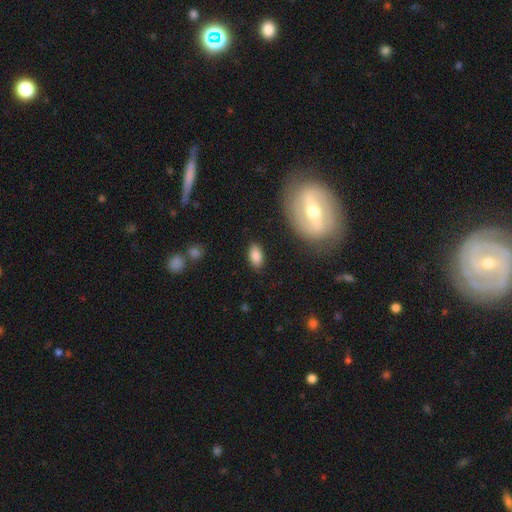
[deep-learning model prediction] This appears to be a smooth galaxy with no disk features (84%) that is in between round and cigar-shaped (92%). Merging: none (84%).